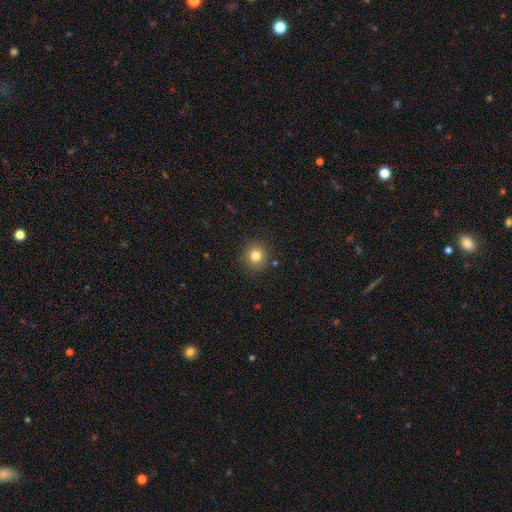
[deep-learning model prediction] Q: Smooth or featured?
A: smooth (80%); runner-up: star or artifact (12%)
Q: How rounded?
A: round (92%); runner-up: in between (7%)
Q: Merging?
A: none (88%); runner-up: minor disturbance (7%)